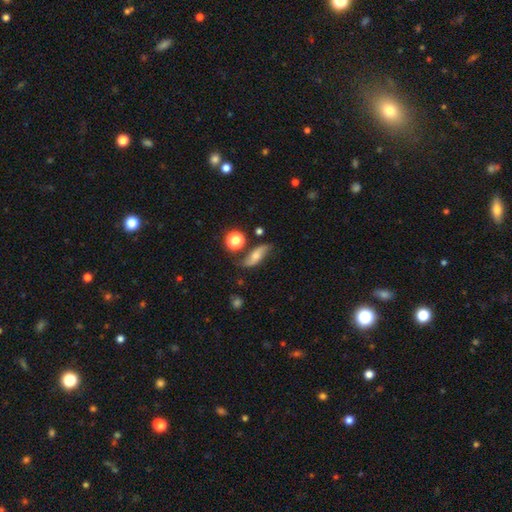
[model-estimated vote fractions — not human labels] smooth-or-featured: featured or disk: 51% | smooth: 39% | star or artifact: 10%
  disk-edge-on: no: 83% | yes: 17%
  merging: none: 64% | minor disturbance: 22% | major disturbance: 7% | merger: 6%